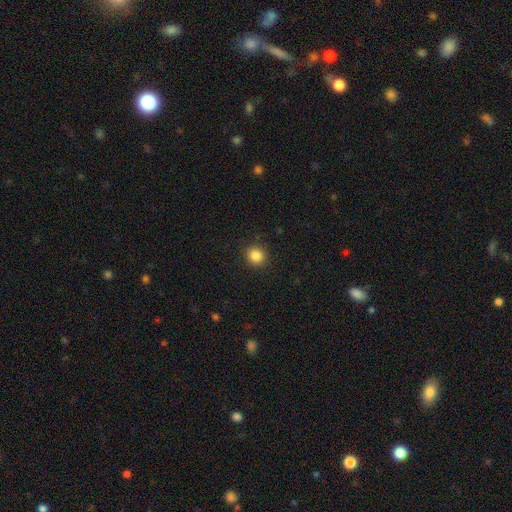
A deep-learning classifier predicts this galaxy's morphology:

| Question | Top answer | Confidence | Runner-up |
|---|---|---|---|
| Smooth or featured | smooth | 85% | star or artifact (11%) |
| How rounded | round | 90% | in between (9%) |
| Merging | none | 91% | minor disturbance (6%) |